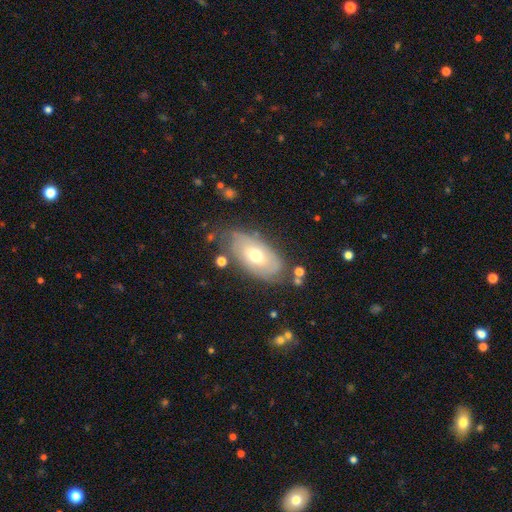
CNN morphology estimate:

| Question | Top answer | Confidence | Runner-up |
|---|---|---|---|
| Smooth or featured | smooth | 47% | featured or disk (46%) |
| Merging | none | 68% | minor disturbance (21%) |